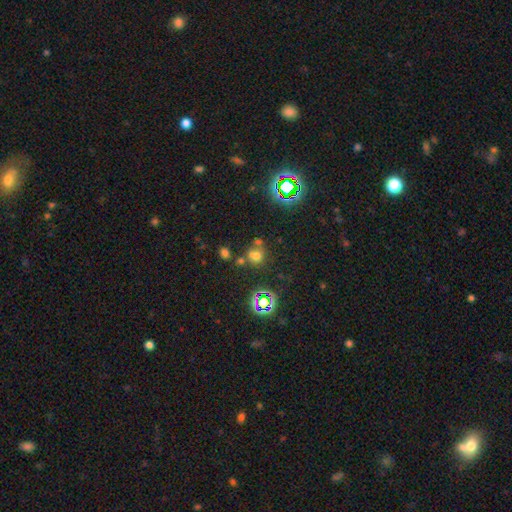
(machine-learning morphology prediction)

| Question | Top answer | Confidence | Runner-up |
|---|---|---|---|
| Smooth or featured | smooth | 56% | star or artifact (34%) |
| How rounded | round | 72% | in between (26%) |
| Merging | none | 56% | merger (26%) |